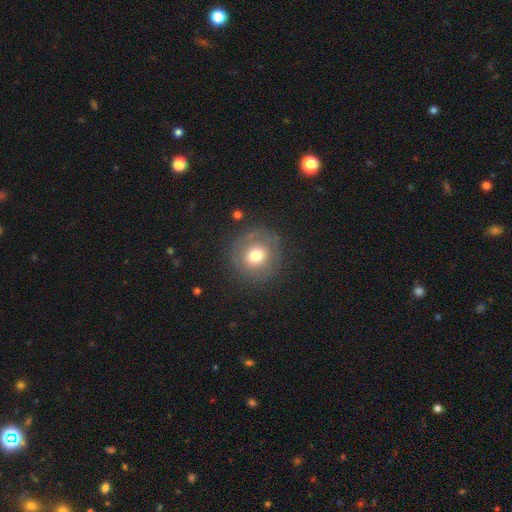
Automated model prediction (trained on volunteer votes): Smooth or featured: smooth — 66% (featured or disk — 23%)
How rounded: round — 93% (in between — 6%)
Merging: none — 81% (minor disturbance — 11%)